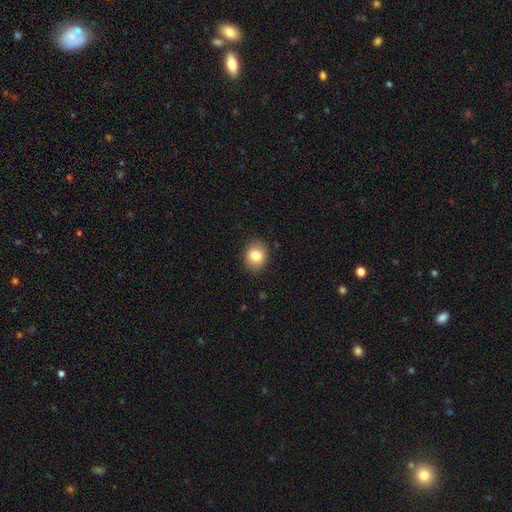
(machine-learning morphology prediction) Smooth or featured? smooth (83%)
How rounded? round (58%)
Merging? none (87%)